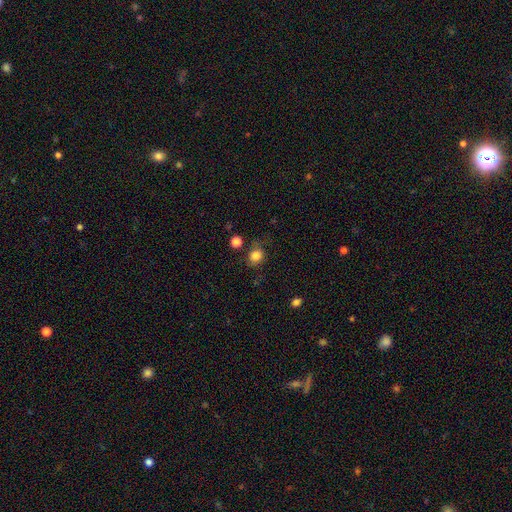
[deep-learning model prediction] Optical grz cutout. It shows a smooth galaxy with no disk features (82%) that is round (72%). Merging: none (68%).